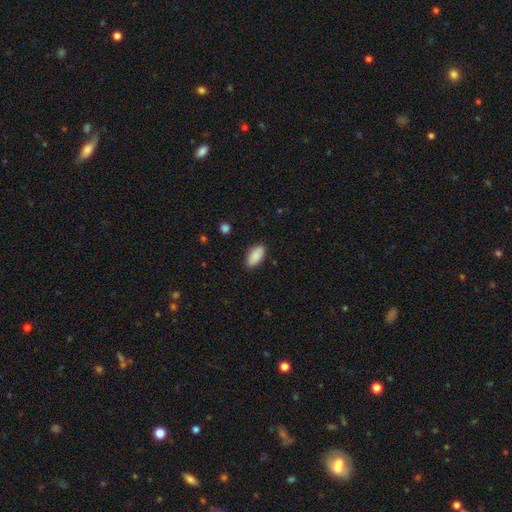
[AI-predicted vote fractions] Q: Smooth or featured?
A: smooth (90%); runner-up: star or artifact (6%)
Q: How rounded?
A: in between (93%); runner-up: cigar-shaped (5%)
Q: Merging?
A: none (87%); runner-up: minor disturbance (10%)